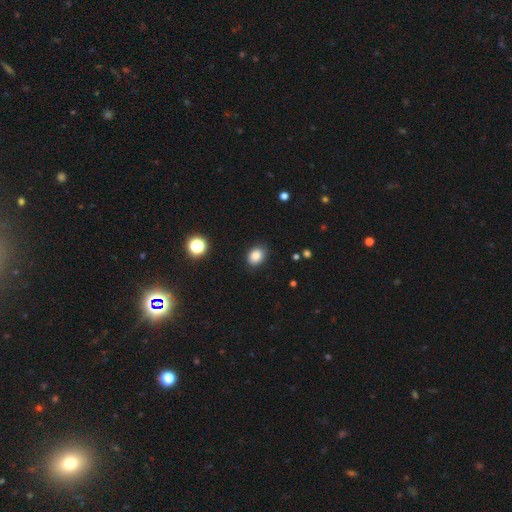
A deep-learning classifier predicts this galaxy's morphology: A smooth galaxy with no disk features (84%) that is in between round and cigar-shaped (57%).

Vote fractions:
- Smooth or featured? smooth: 84% / star or artifact: 11% / featured or disk: 5%
- How rounded? in between: 57% / round: 42% / cigar-shaped: 1%
- Merging? none: 85% / minor disturbance: 11% / major disturbance: 2% / merger: 1%